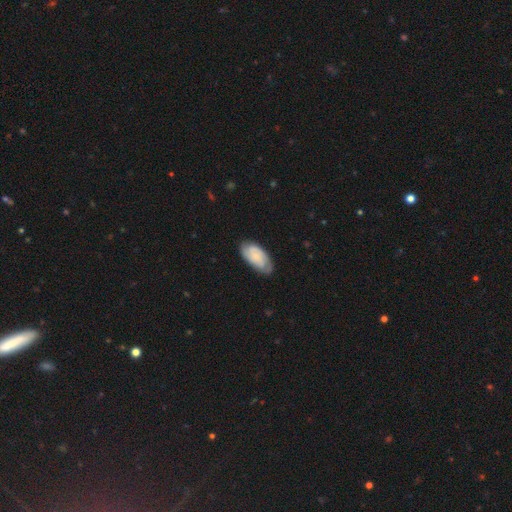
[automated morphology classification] Smooth or featured: smooth — 52% (featured or disk — 42%)
How rounded: in between — 92% (cigar-shaped — 5%)
Merging: none — 72% (minor disturbance — 22%)